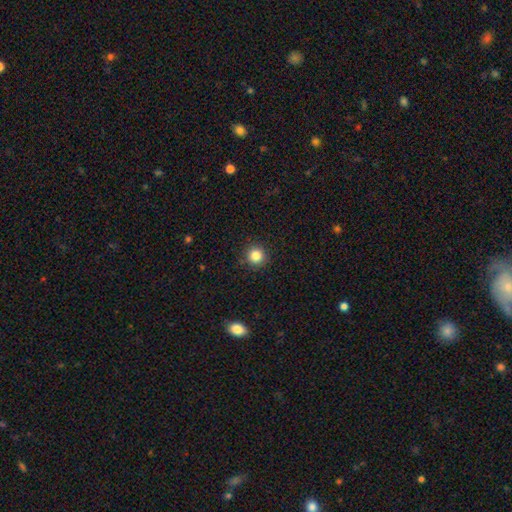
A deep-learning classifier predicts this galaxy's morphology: Q: Smooth or featured?
A: smooth (85%); runner-up: star or artifact (11%)
Q: How rounded?
A: round (94%); runner-up: in between (5%)
Q: Merging?
A: none (91%); runner-up: minor disturbance (6%)